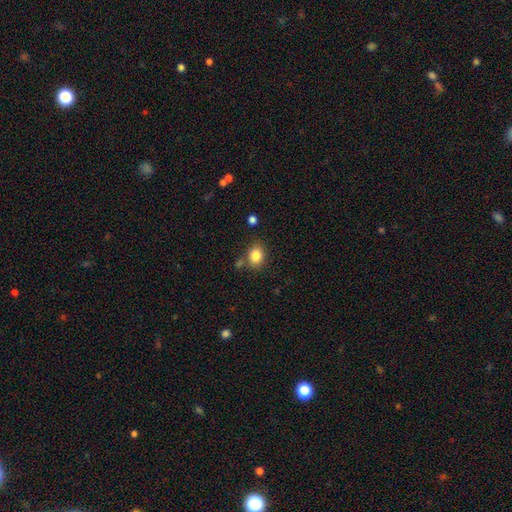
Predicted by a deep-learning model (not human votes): A smooth galaxy with no disk features (84%) that is in between round and cigar-shaped (52%).

Vote fractions:
- Smooth or featured? smooth: 84% / star or artifact: 10% / featured or disk: 6%
- How rounded? in between: 52% / round: 47% / cigar-shaped: 1%
- Merging? none: 73% / minor disturbance: 14% / merger: 8% / major disturbance: 4%